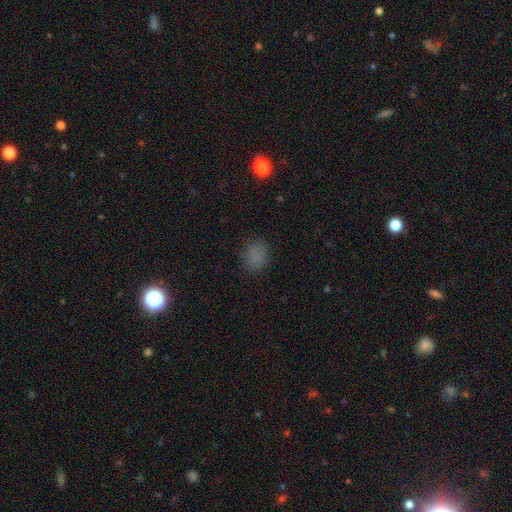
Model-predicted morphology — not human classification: Smooth or featured?
  - smooth: 79% *
  - star or artifact: 16%
  - featured or disk: 4%
How rounded?
  - round: 56% *
  - in between: 42%
  - cigar-shaped: 1%
Merging?
  - none: 83% *
  - minor disturbance: 12%
  - major disturbance: 4%
  - merger: 1%